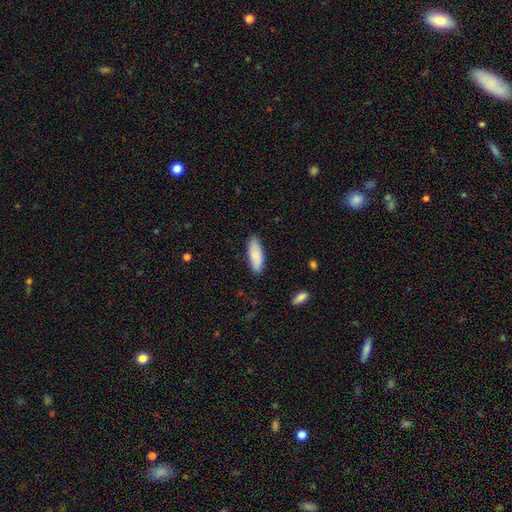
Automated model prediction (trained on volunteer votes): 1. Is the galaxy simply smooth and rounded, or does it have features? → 85% smooth, 9% featured or disk, 6% star or artifact.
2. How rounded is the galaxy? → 66% in between, 33% cigar-shaped, 2% round.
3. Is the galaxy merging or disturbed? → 85% none, 12% minor disturbance, 2% major disturbance, 1% merger.